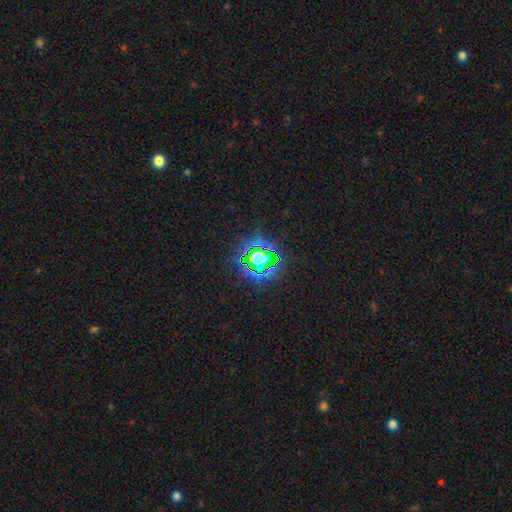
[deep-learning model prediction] This is likely a star or artifact rather than a galaxy (73%).